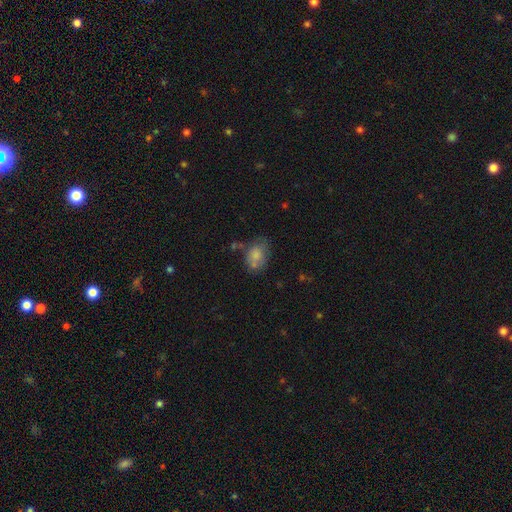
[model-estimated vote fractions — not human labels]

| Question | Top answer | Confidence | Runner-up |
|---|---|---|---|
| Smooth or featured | smooth | 75% | featured or disk (15%) |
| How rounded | in between | 67% | round (31%) |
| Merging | none | 46% | minor disturbance (25%) |